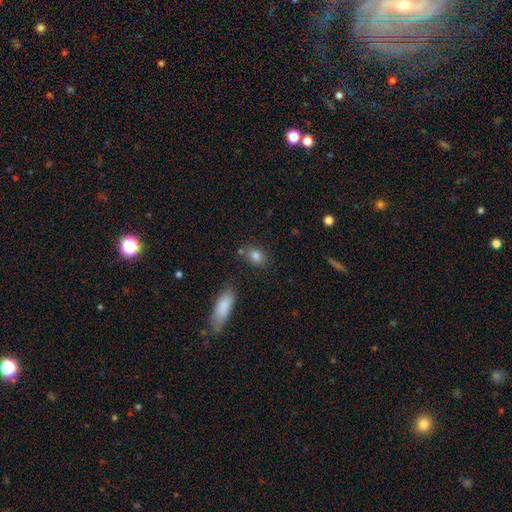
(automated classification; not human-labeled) Smooth or featured? smooth (83%)
How rounded? in between (65%)
Merging? none (72%)